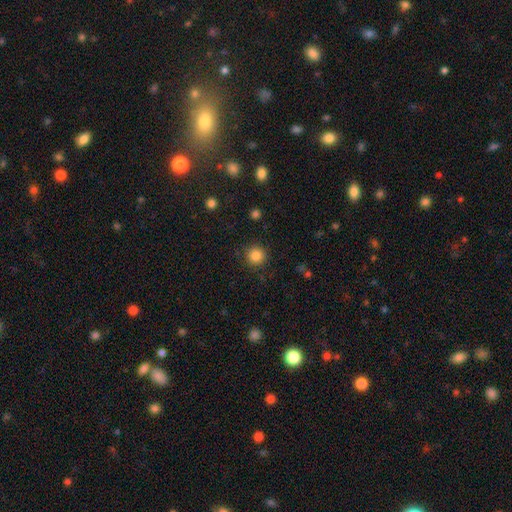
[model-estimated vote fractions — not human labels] smooth_or_featured: smooth (p=0.85) [alt: star or artifact p=0.11]
how_rounded: round (p=0.95) [alt: in between p=0.04]
merging: none (p=0.90) [alt: minor disturbance p=0.06]